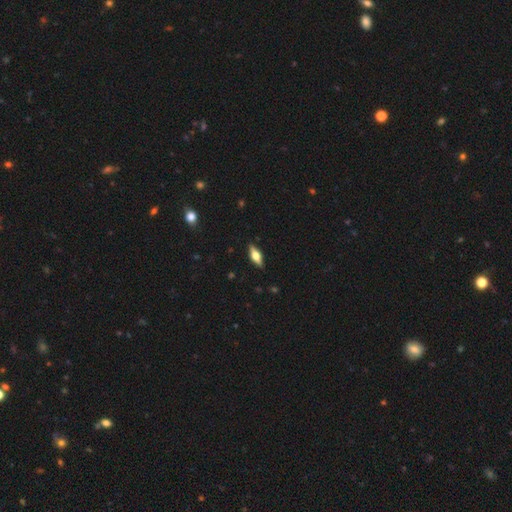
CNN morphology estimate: smooth_or_featured: featured or disk (p=0.50) [alt: smooth p=0.43]
disk_edge_on: yes (p=0.92) [alt: no p=0.08]
merging: none (p=0.88) [alt: minor disturbance p=0.09]